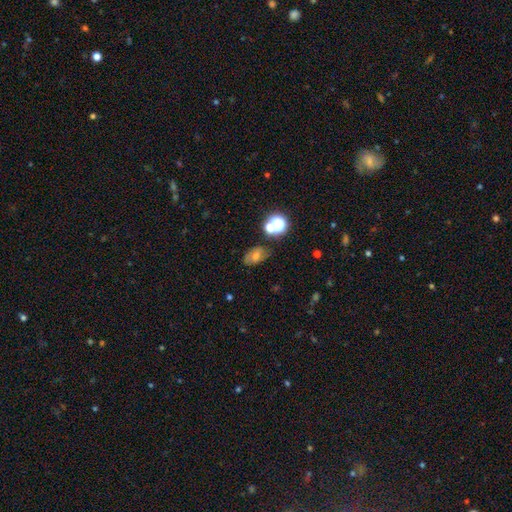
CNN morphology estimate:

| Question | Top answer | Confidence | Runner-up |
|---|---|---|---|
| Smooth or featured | smooth | 52% | featured or disk (27%) |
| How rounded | in between | 76% | round (22%) |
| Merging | none | 69% | minor disturbance (17%) |